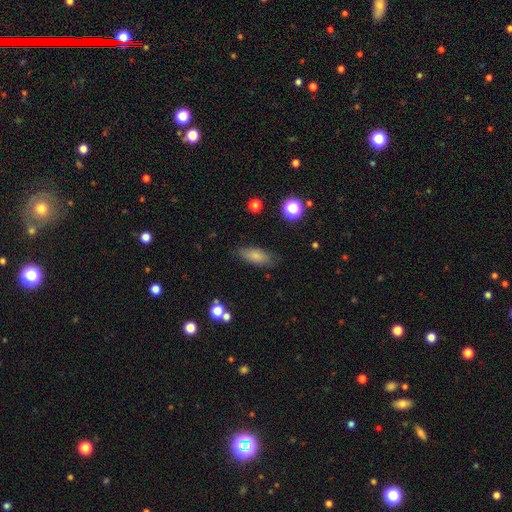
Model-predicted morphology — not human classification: Overall: smooth (78%). How rounded: in between (75%). Merging: none (79%).